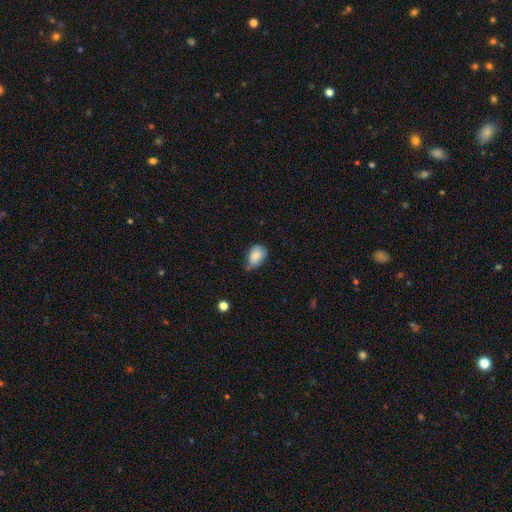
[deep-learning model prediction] Smooth or featured? smooth (80%)
How rounded? in between (79%)
Merging? minor disturbance (49%)